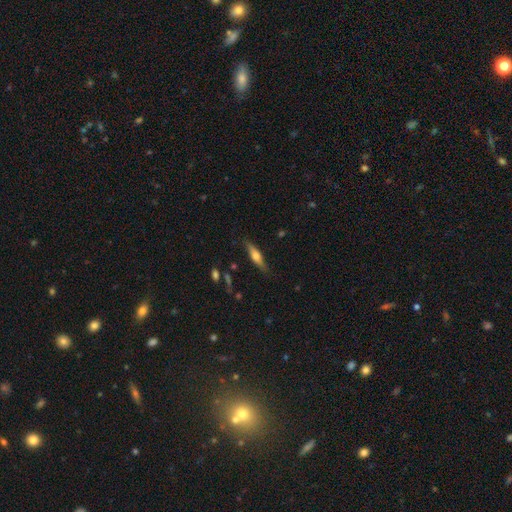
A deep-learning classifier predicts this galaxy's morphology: This is possibly a featured or disk galaxy (55%). It is clearly viewed edge-on (94%). Edge-on bulge: clearly rounded (89%). Merging: clearly none (84%).